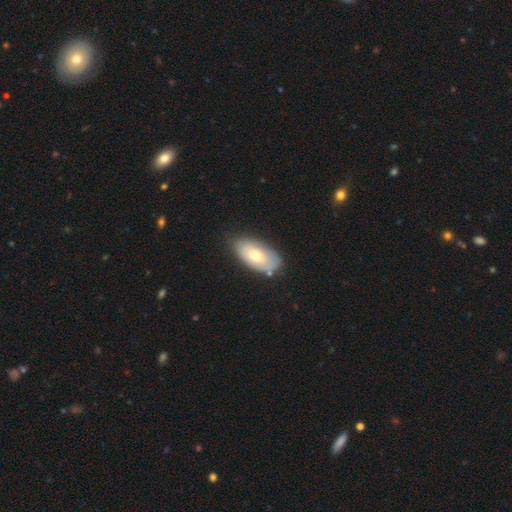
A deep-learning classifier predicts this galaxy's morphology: smooth_or_featured: smooth (p=0.58) [alt: featured or disk p=0.36]
how_rounded: in between (p=0.93) [alt: cigar-shaped p=0.03]
merging: none (p=0.74) [alt: minor disturbance p=0.19]